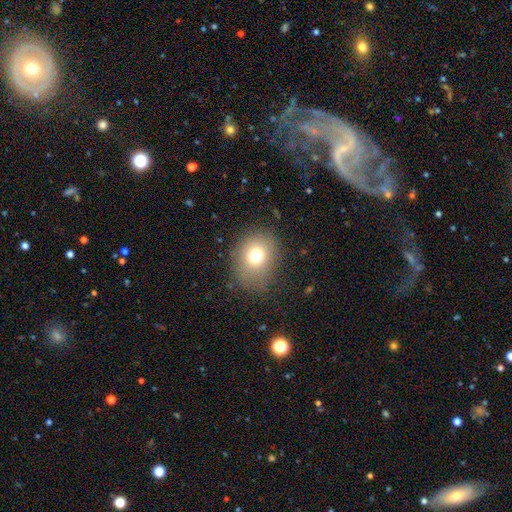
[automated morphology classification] A smooth galaxy with no disk features (73%) that is round (52%). Merging: none (77%).